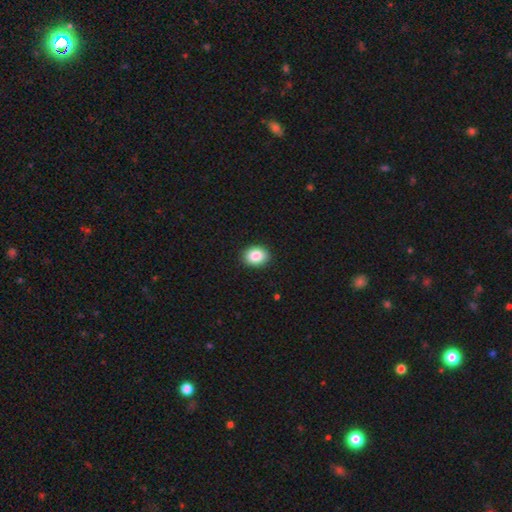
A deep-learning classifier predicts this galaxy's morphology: Smooth or featured: smooth — 87% (star or artifact — 8%)
How rounded: in between — 53% (round — 46%)
Merging: none — 91% (minor disturbance — 7%)